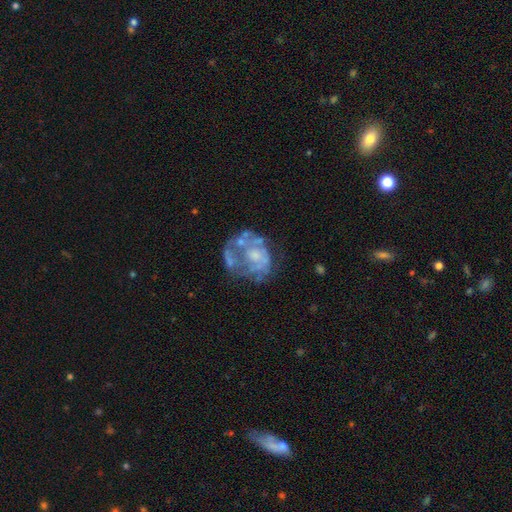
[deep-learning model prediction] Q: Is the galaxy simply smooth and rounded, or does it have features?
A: featured or disk — 74%.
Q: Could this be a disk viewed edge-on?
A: no — 98%.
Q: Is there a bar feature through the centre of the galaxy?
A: no — 84%.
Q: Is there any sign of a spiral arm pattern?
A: no — 59%.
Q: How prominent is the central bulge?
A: moderate — 42%.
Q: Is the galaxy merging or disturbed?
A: none — 46%.